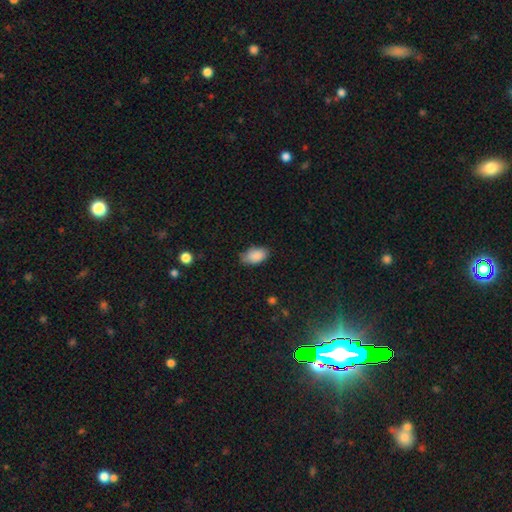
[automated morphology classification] Smooth or featured? Predicted: smooth (p=0.86). How rounded? Predicted: in between (p=0.92). Merging? Predicted: none (p=0.64).